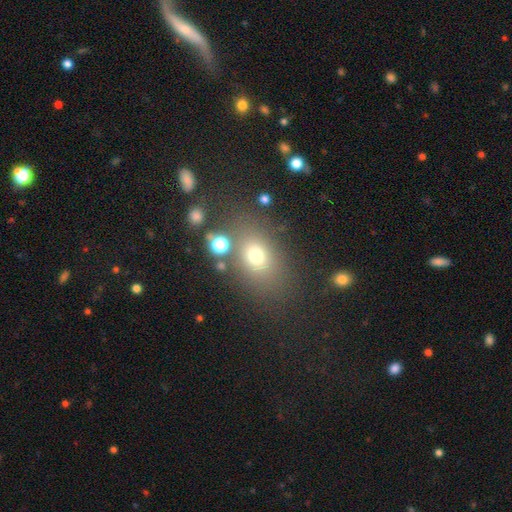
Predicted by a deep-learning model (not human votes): Smooth or featured?
  - smooth: 70% *
  - star or artifact: 17%
  - featured or disk: 13%
How rounded?
  - in between: 65% *
  - round: 33%
  - cigar-shaped: 2%
Merging?
  - none: 74% *
  - minor disturbance: 13%
  - major disturbance: 7%
  - merger: 7%